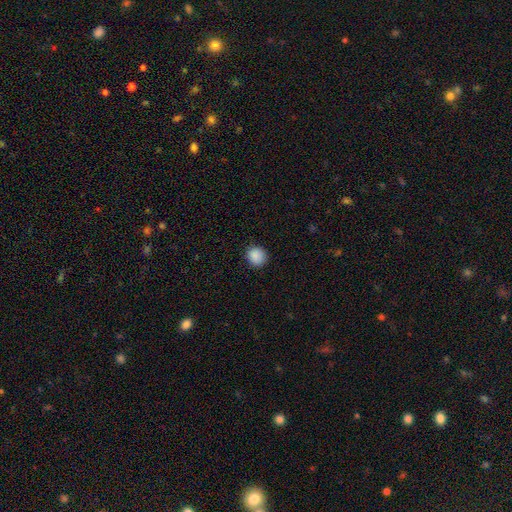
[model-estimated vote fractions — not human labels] smooth-or-featured: smooth: 89% | star or artifact: 9% | featured or disk: 2%
  how-rounded: round: 84% | in between: 15% | cigar-shaped: 1%
  merging: none: 88% | minor disturbance: 9% | major disturbance: 2% | merger: 1%